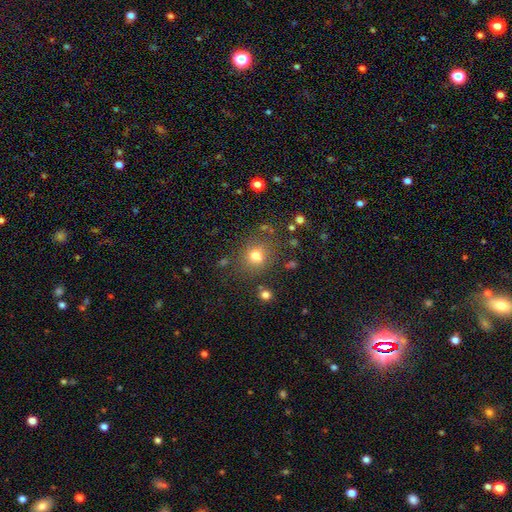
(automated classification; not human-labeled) Smooth or featured: smooth — 74% (star or artifact — 16%)
How rounded: round — 77% (in between — 22%)
Merging: none — 75% (minor disturbance — 12%)